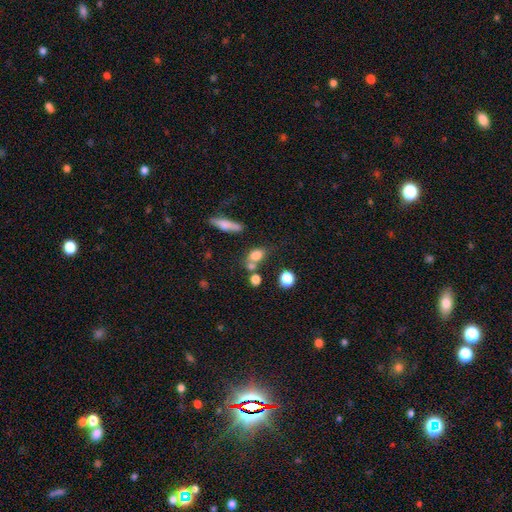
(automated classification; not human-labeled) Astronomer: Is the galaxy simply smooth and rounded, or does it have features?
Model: smooth — 75%.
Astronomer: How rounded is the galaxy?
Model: in between — 61%.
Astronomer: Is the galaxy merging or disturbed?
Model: none — 43% (runner-up: merger, 34%).